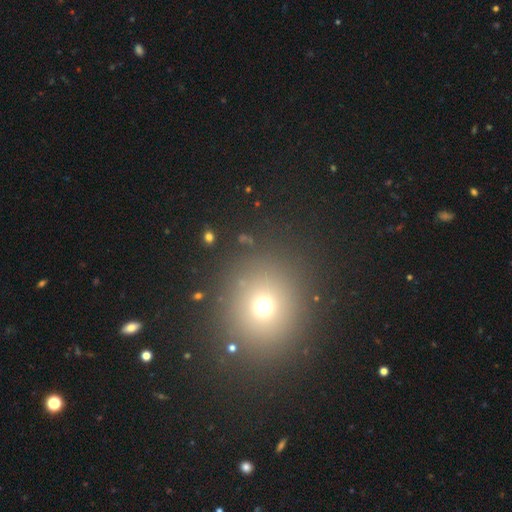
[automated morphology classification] Smooth or featured?
  - smooth: 63% *
  - star or artifact: 28%
  - featured or disk: 8%
How rounded?
  - round: 82% *
  - in between: 16%
  - cigar-shaped: 1%
Merging?
  - none: 88% *
  - minor disturbance: 6%
  - major disturbance: 3%
  - merger: 2%